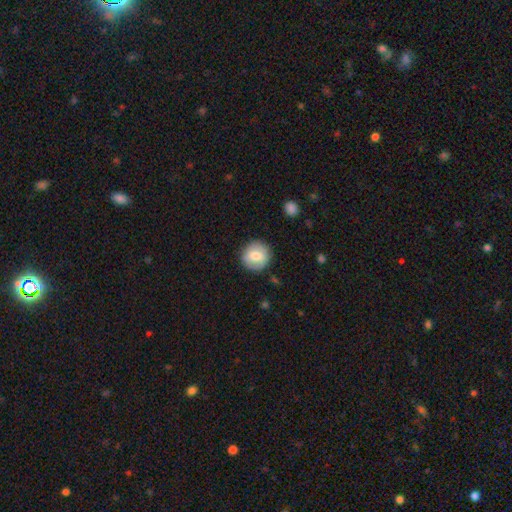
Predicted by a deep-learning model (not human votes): Overall: smooth (70%). How rounded: round (91%). Merging: none (86%).